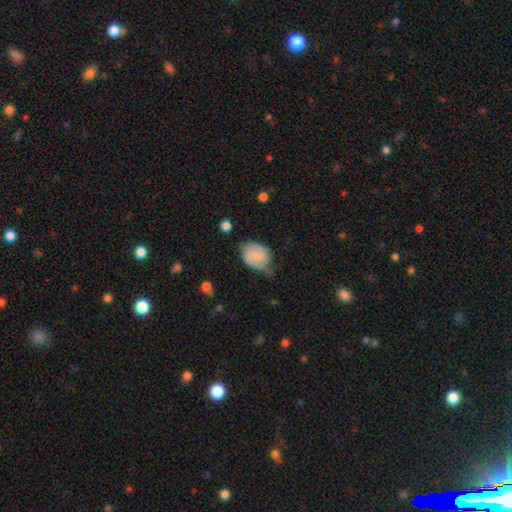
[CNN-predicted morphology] A smooth galaxy with no disk features (60%) that is in between round and cigar-shaped (66%).

Vote fractions:
- Smooth or featured? smooth: 60% / featured or disk: 33% / star or artifact: 7%
- How rounded? in between: 66% / round: 32% / cigar-shaped: 1%
- Merging? none: 43% / minor disturbance: 40% / major disturbance: 13% / merger: 3%